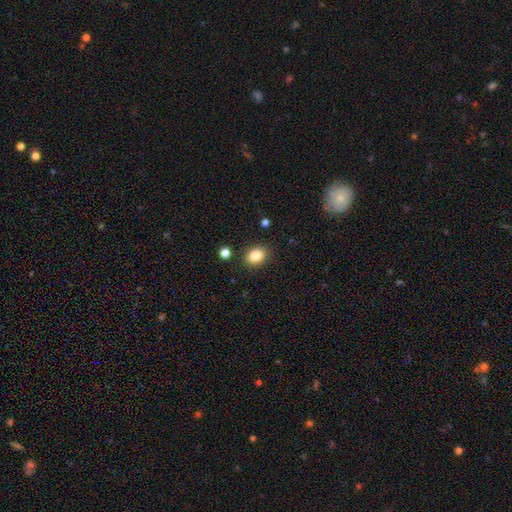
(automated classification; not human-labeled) smooth 85%, star or artifact 9%, featured or disk 6%. Down the decision tree: how rounded — in between (64%); merging — none (87%).